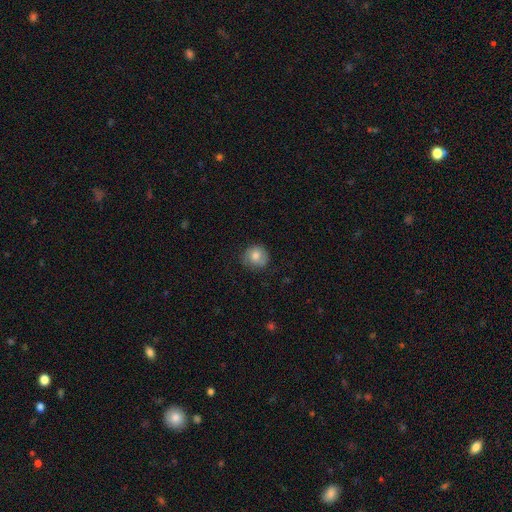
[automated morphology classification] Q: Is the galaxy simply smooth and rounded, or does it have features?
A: smooth — 76%.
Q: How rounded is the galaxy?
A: round — 88%.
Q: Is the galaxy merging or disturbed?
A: none — 76%.